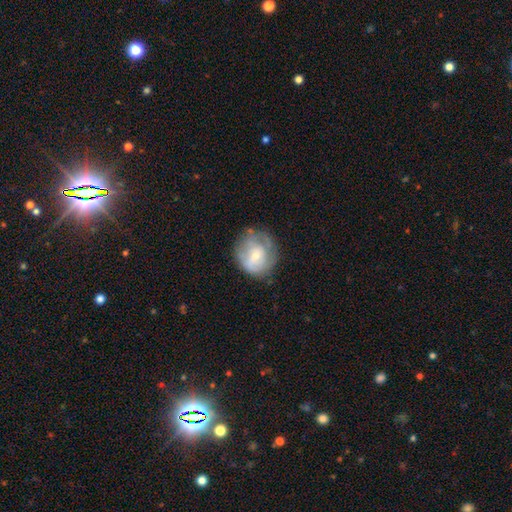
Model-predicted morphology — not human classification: Overall: smooth (48%; featured or disk 45%). Merging: none (55%; minor disturbance 26%).